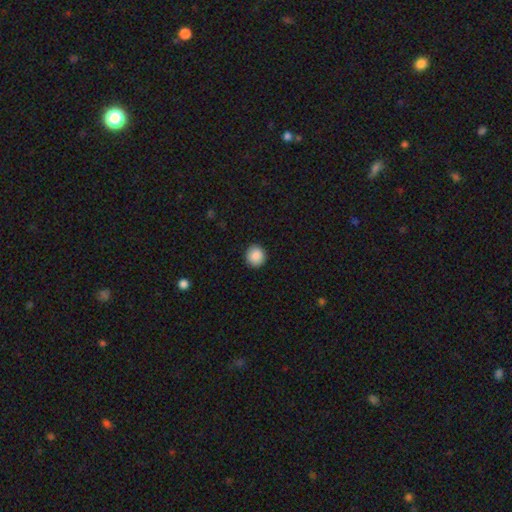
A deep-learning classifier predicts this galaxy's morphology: Overall: smooth (89%). How rounded: round (90%). Merging: none (91%).